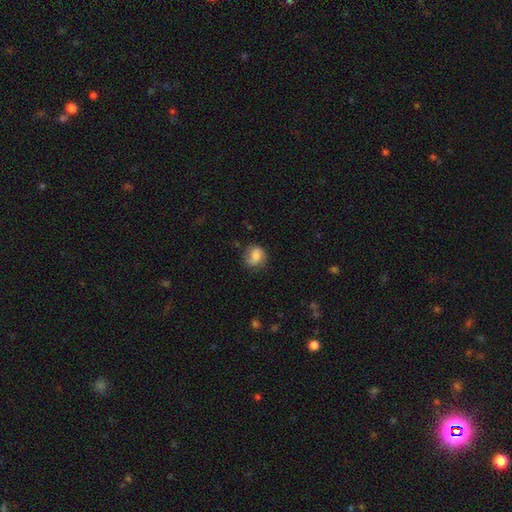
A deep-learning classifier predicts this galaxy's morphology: A smooth galaxy with no disk features (67%) that is round (67%).

Vote fractions:
- Smooth or featured? smooth: 67% / featured or disk: 24% / star or artifact: 9%
- How rounded? round: 67% / in between: 32% / cigar-shaped: 1%
- Merging? none: 65% / minor disturbance: 24% / major disturbance: 9% / merger: 2%